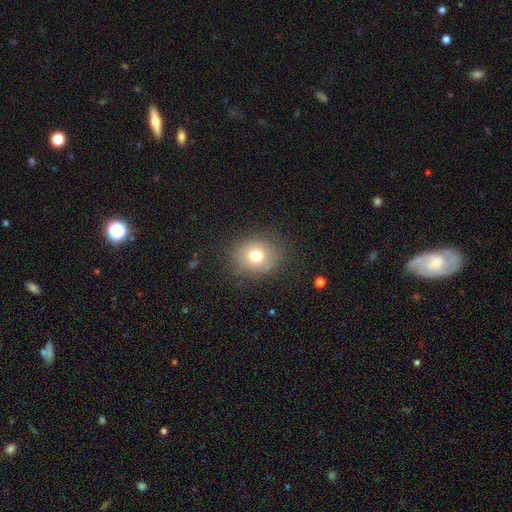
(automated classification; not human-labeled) Smooth or featured?
  - smooth: 74% *
  - featured or disk: 14%
  - star or artifact: 12%
How rounded?
  - round: 64% *
  - in between: 35%
  - cigar-shaped: 1%
Merging?
  - none: 81% *
  - minor disturbance: 13%
  - major disturbance: 5%
  - merger: 1%